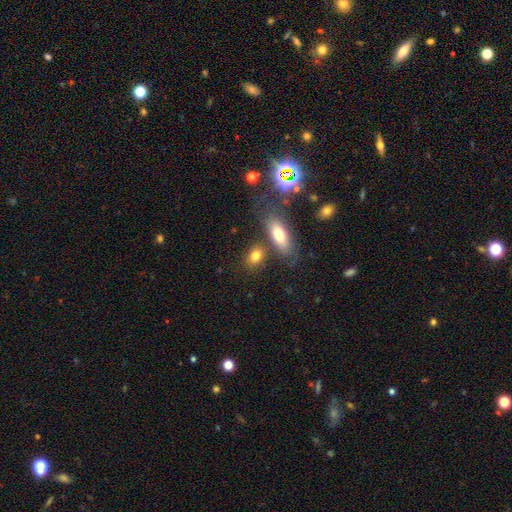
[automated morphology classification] Smooth or featured: smooth — 78% (featured or disk — 12%)
How rounded: in between — 74% (round — 19%)
Merging: none — 65% (merger — 17%)